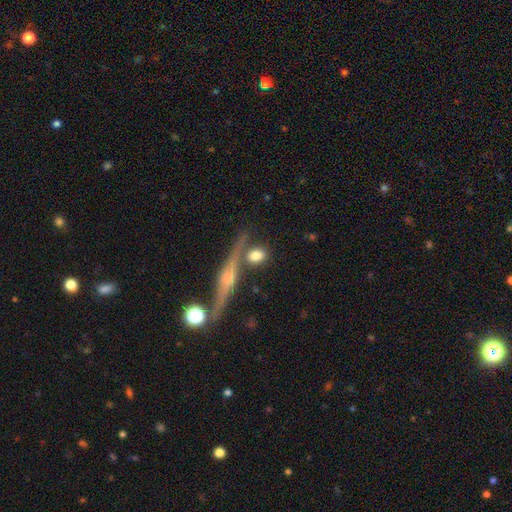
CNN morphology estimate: Smooth or featured: smooth — 73% (featured or disk — 18%)
How rounded: in between — 55% (round — 35%)
Merging: none — 67% (merger — 15%)